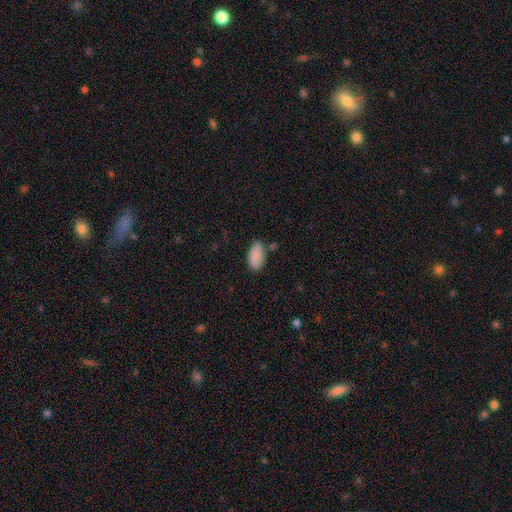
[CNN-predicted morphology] smooth 88%, star or artifact 7%, featured or disk 5%. Down the decision tree: how rounded — in between (94%); merging — none (73%).